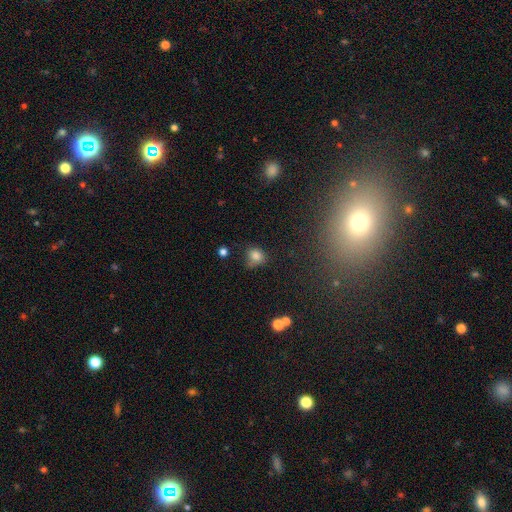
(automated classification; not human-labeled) Smooth or featured?
  - smooth: 81% *
  - star or artifact: 12%
  - featured or disk: 7%
How rounded?
  - round: 72% *
  - in between: 27%
  - cigar-shaped: 1%
Merging?
  - none: 53% *
  - minor disturbance: 30%
  - major disturbance: 10%
  - merger: 7%